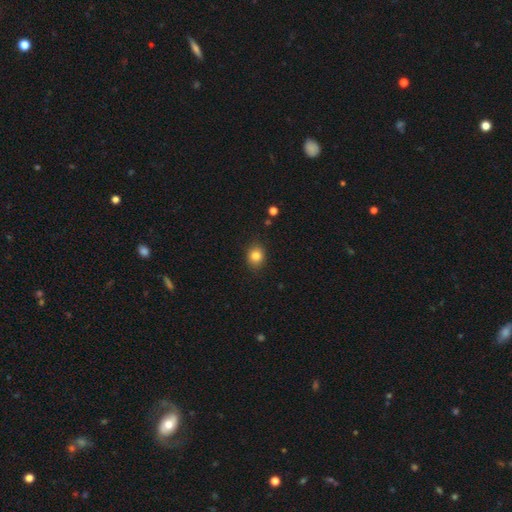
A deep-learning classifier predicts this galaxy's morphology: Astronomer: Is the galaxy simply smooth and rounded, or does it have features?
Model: smooth — 84%.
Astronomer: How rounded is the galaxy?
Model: round — 62%.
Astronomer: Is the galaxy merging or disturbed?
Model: none — 86%.